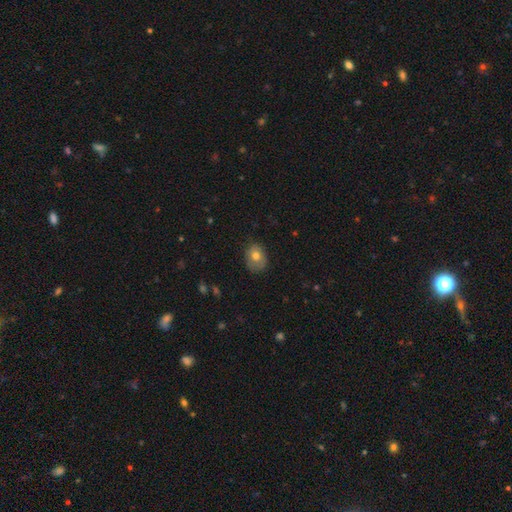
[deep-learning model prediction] smooth_or_featured: smooth (p=0.74) [alt: featured or disk p=0.17]
how_rounded: in between (p=0.61) [alt: round p=0.38]
merging: none (p=0.71) [alt: minor disturbance p=0.23]